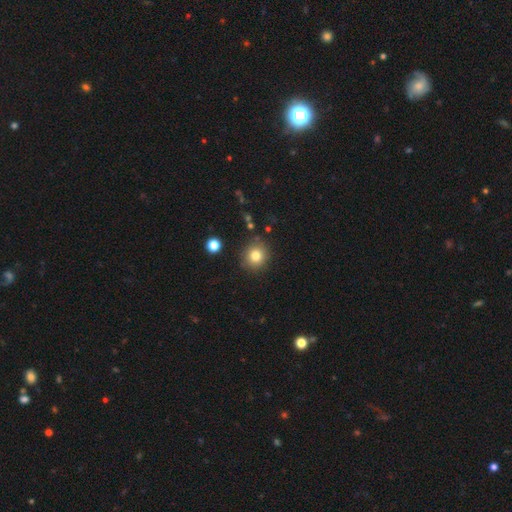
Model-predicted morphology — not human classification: A smooth galaxy with no disk features (81%) that is round (88%).

Vote fractions:
- Smooth or featured? smooth: 81% / star or artifact: 12% / featured or disk: 8%
- How rounded? round: 88% / in between: 11% / cigar-shaped: 1%
- Merging? none: 85% / minor disturbance: 9% / merger: 3% / major disturbance: 3%